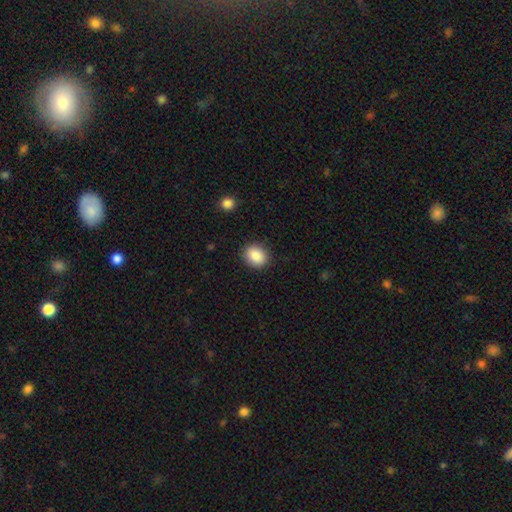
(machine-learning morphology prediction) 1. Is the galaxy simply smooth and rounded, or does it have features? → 87% smooth, 8% star or artifact, 5% featured or disk.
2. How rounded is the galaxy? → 61% round, 38% in between, 1% cigar-shaped.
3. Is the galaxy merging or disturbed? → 88% none, 8% minor disturbance, 2% major disturbance, 1% merger.